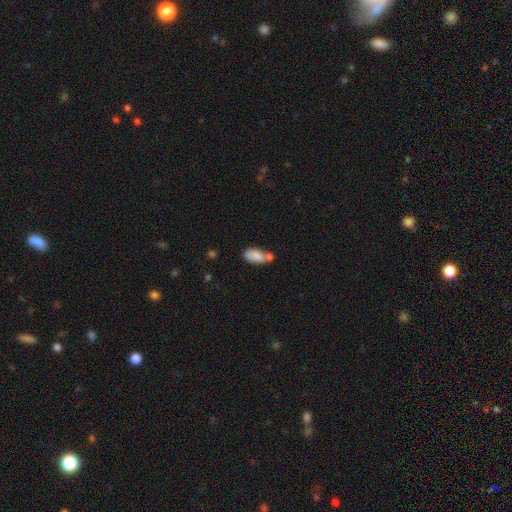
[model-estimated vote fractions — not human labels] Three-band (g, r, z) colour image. It shows a smooth galaxy with no disk features (78%) that is in between round and cigar-shaped (88%). Merging: merger (39%).